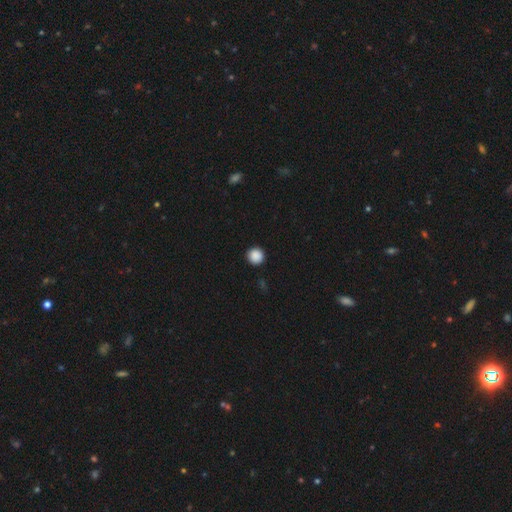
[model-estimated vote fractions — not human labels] Overall: smooth (88%). How rounded: round (95%). Merging: none (93%).